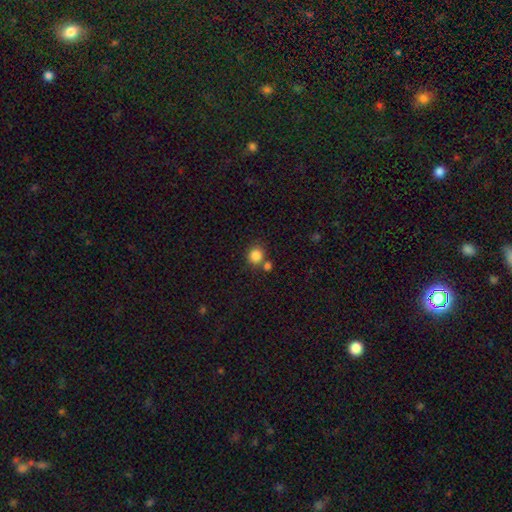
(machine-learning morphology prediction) smooth_or_featured: smooth (p=0.85) [alt: star or artifact p=0.11]
how_rounded: round (p=0.86) [alt: in between p=0.13]
merging: none (p=0.69) [alt: merger p=0.19]